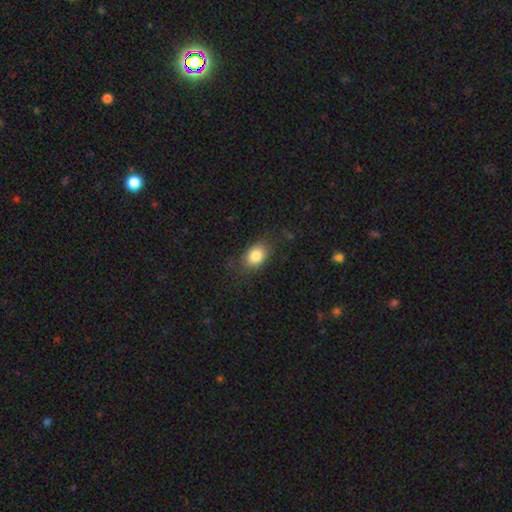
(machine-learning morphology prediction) A smooth galaxy with no disk features (82%) that is in between round and cigar-shaped (71%). Merging: none (76%).